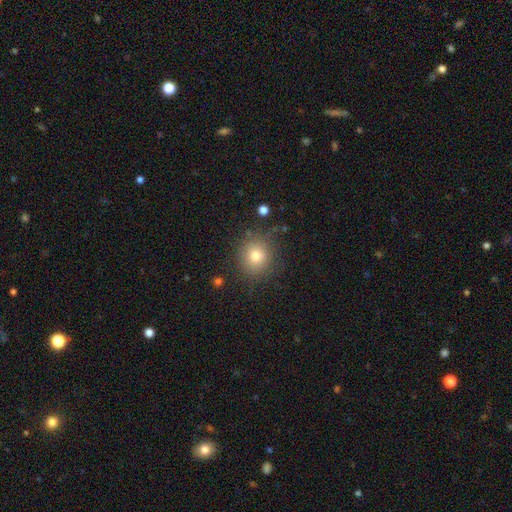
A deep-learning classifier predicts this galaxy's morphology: This appears to be a smooth galaxy with no disk features (77%) that is round (86%). Merging: none (84%).